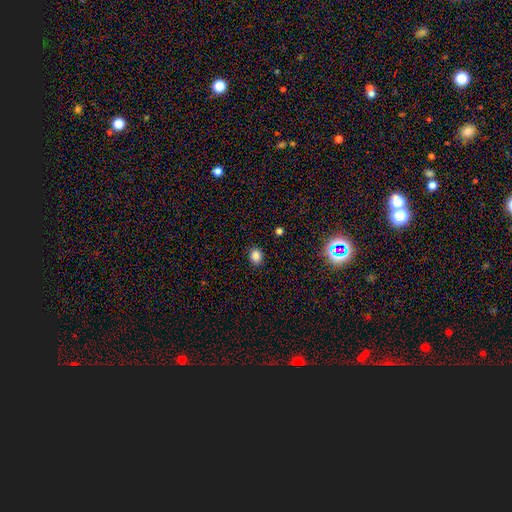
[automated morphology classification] Smooth or featured? Predicted: smooth (p=0.85). How rounded? Predicted: round (p=0.59). Merging? Predicted: none (p=0.89).